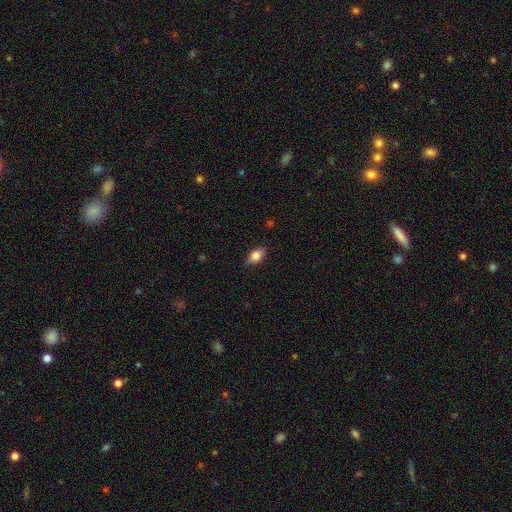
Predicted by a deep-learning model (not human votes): Smooth or featured: smooth — 77% (featured or disk — 15%)
How rounded: in between — 84% (round — 11%)
Merging: none — 82% (minor disturbance — 14%)